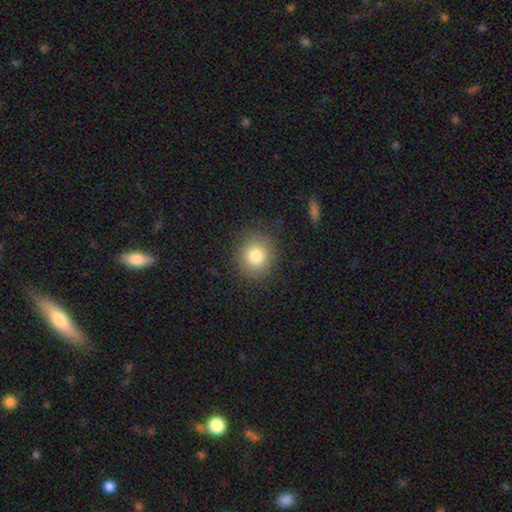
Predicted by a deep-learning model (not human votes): Q: Smooth or featured?
A: smooth (81%); runner-up: star or artifact (11%)
Q: How rounded?
A: round (82%); runner-up: in between (17%)
Q: Merging?
A: none (87%); runner-up: minor disturbance (8%)